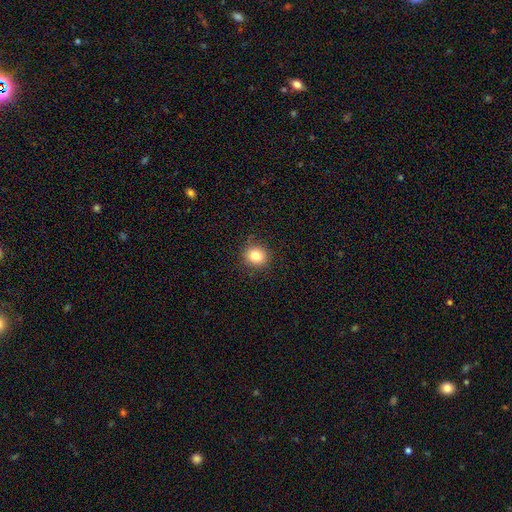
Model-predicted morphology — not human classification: This appears to be a smooth galaxy with no disk features (83%) that is round (83%). Merging: none (89%).